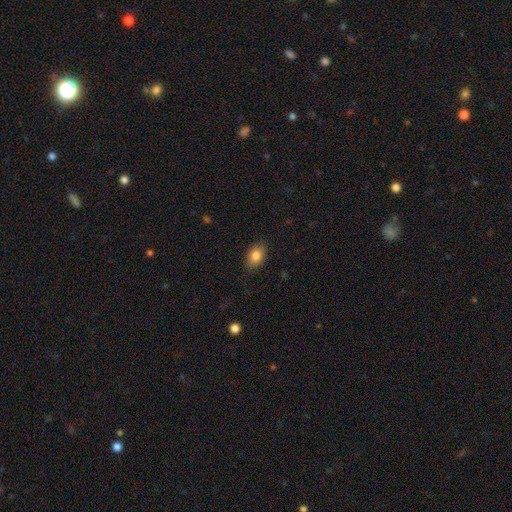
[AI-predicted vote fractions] smooth 84%, star or artifact 8%, featured or disk 7%. Down the decision tree: how rounded — in between (83%); merging — none (85%).